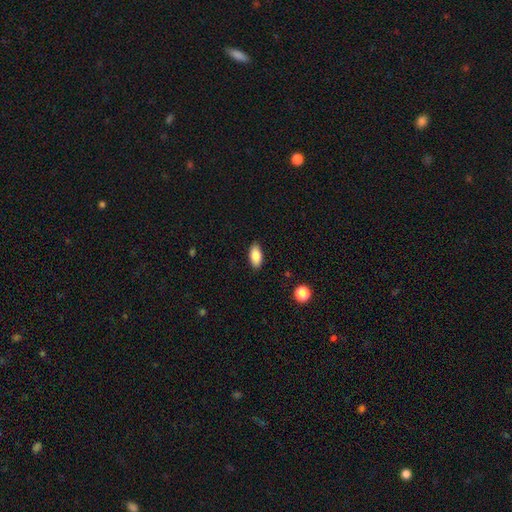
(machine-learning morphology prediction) Smooth or featured? smooth (87%)
How rounded? in between (91%)
Merging? none (88%)